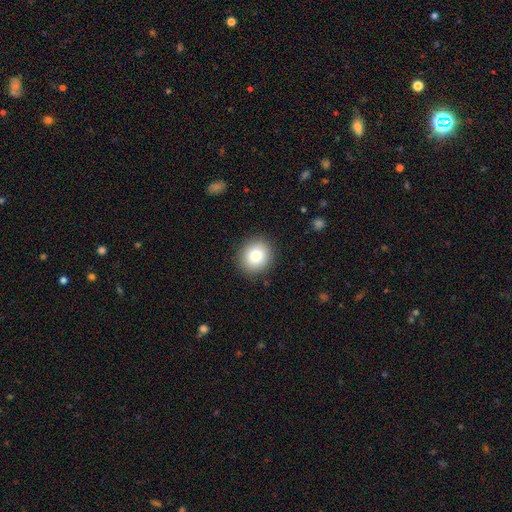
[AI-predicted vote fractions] A smooth galaxy with no disk features (82%) that is round (83%).

Vote fractions:
- Smooth or featured? smooth: 82% / star or artifact: 10% / featured or disk: 9%
- How rounded? round: 83% / in between: 16% / cigar-shaped: 1%
- Merging? none: 89% / minor disturbance: 7% / major disturbance: 2% / merger: 1%